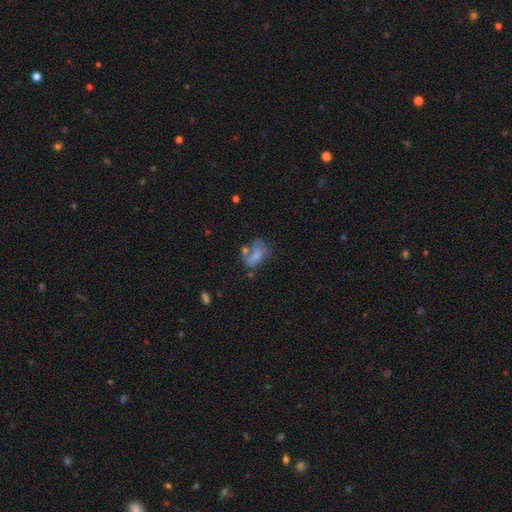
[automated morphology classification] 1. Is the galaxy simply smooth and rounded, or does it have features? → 60% smooth, 29% featured or disk, 11% star or artifact.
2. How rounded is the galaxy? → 81% in between, 15% round, 4% cigar-shaped.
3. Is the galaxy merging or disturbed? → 29% none, 28% merger, 23% major disturbance, 20% minor disturbance.